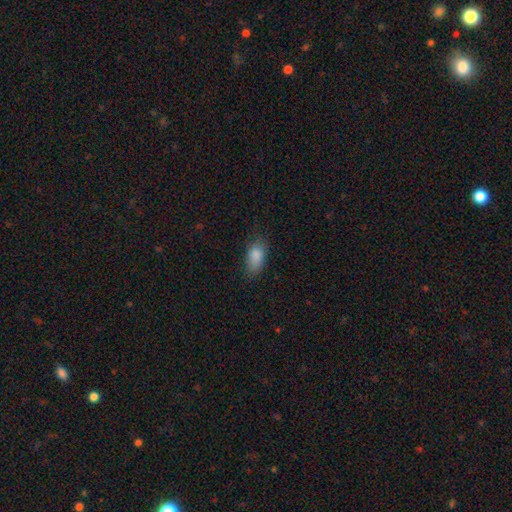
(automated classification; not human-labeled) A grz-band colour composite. It shows a smooth galaxy with no disk features (85%) that is in between round and cigar-shaped (90%). Merging: none (70%).